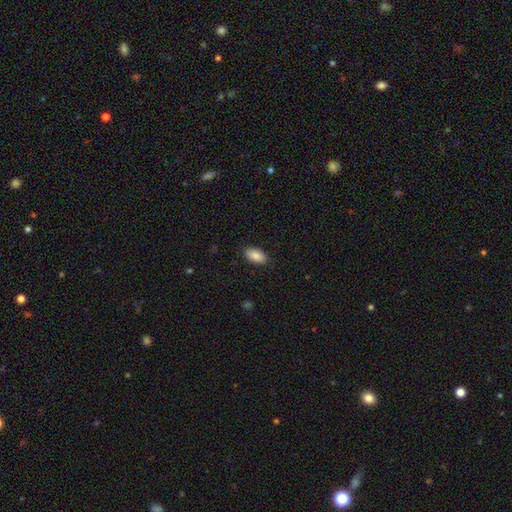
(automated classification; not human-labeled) Smooth or featured: smooth — 87% (star or artifact — 7%)
How rounded: in between — 94% (round — 3%)
Merging: none — 87% (minor disturbance — 9%)